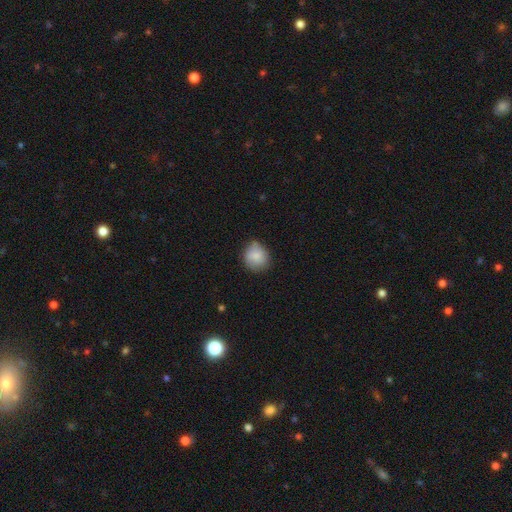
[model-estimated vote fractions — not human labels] A smooth galaxy with no disk features (82%) that is round (81%).

Vote fractions:
- Smooth or featured? smooth: 82% / featured or disk: 10% / star or artifact: 8%
- How rounded? round: 81% / in between: 18% / cigar-shaped: 1%
- Merging? none: 68% / minor disturbance: 25% / major disturbance: 5% / merger: 2%